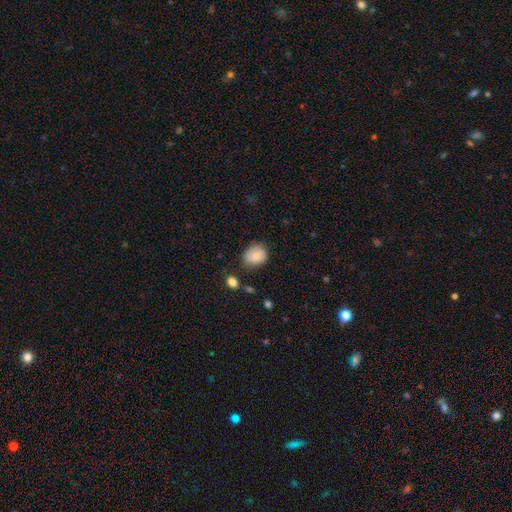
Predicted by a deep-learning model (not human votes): Smooth or featured: smooth — 80% (featured or disk — 12%)
How rounded: round — 63% (in between — 36%)
Merging: none — 73% (minor disturbance — 20%)